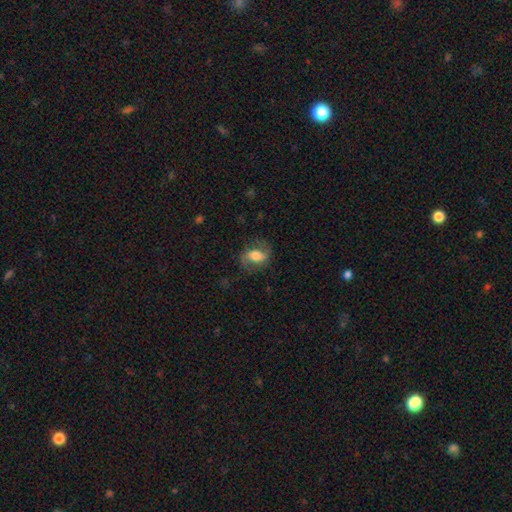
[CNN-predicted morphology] featured or disk 51%, smooth 41%, star or artifact 7%. Down the decision tree: edge-on disk — no (93%); merging — none (70%).